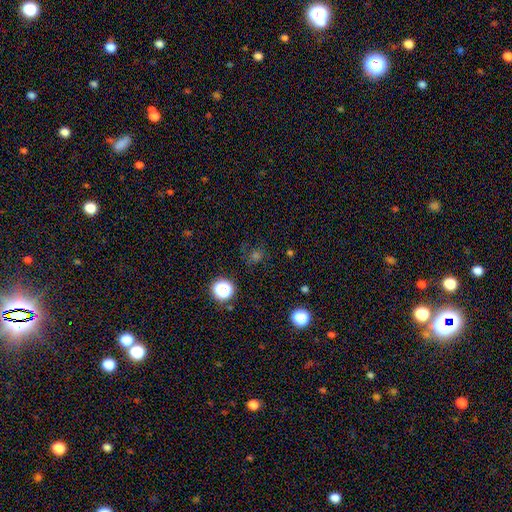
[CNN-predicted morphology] This appears to be a smooth galaxy with no disk features (50%). Merging: none (72%).